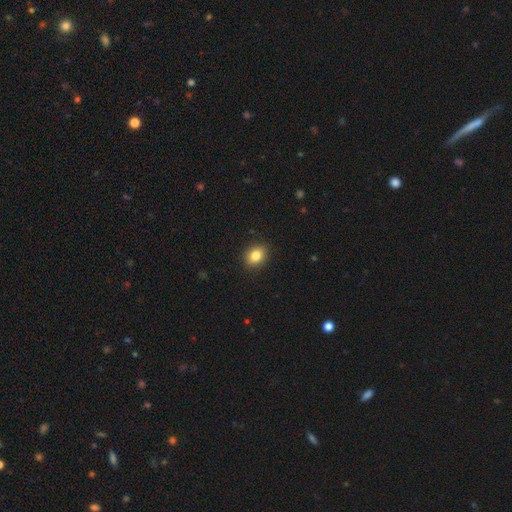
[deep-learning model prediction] Smooth or featured?
  - smooth: 84% *
  - star or artifact: 9%
  - featured or disk: 6%
How rounded?
  - in between: 56% *
  - round: 42%
  - cigar-shaped: 1%
Merging?
  - none: 90% *
  - minor disturbance: 8%
  - major disturbance: 2%
  - merger: 1%